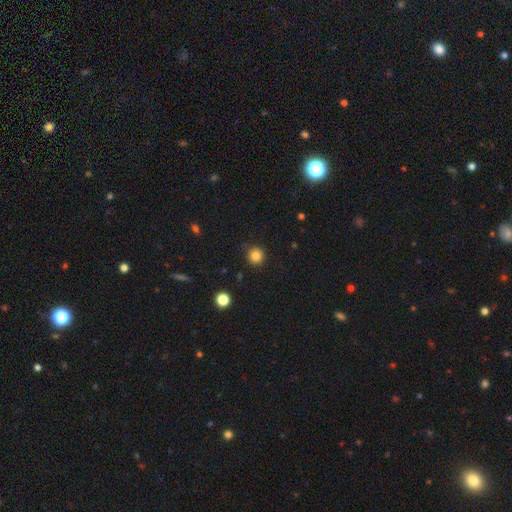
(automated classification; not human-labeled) Smooth or featured: smooth — 83% (star or artifact — 12%)
How rounded: round — 94% (in between — 5%)
Merging: none — 88% (minor disturbance — 8%)